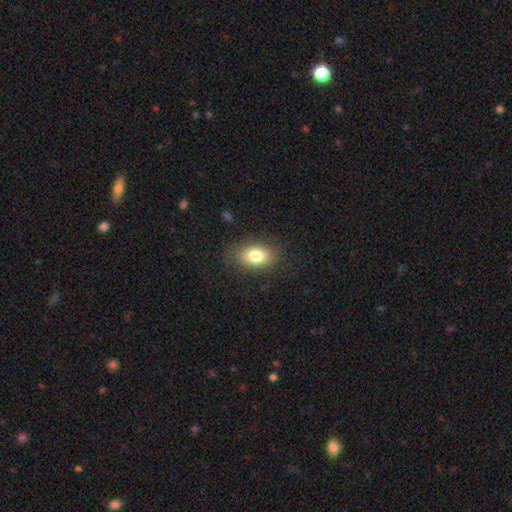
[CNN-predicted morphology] The model was most divided on "merging": none: 81%, minor disturbance: 13%, major disturbance: 5%, merger: 1%. More confident: how rounded — in between (86%); smooth or featured — smooth (80%).